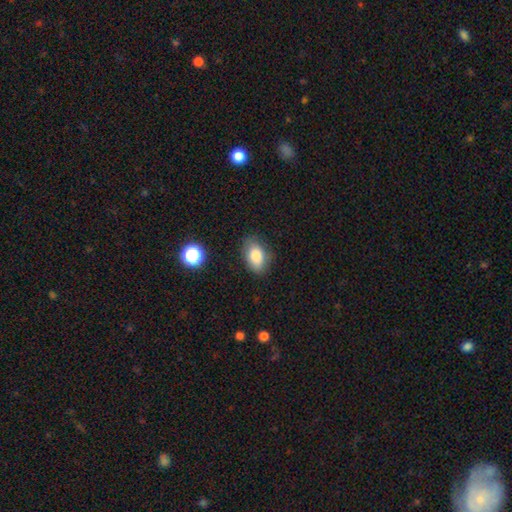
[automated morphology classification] Smooth or featured? Predicted: smooth (p=0.83). How rounded? Predicted: in between (p=0.88). Merging? Predicted: none (p=0.80).